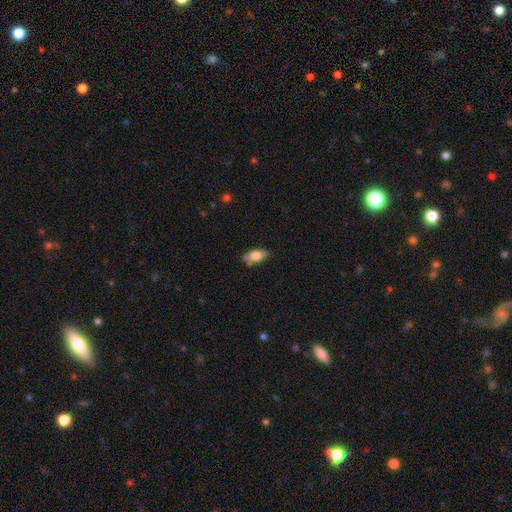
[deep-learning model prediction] Smooth or featured? smooth (76%)
How rounded? in between (89%)
Merging? none (72%)